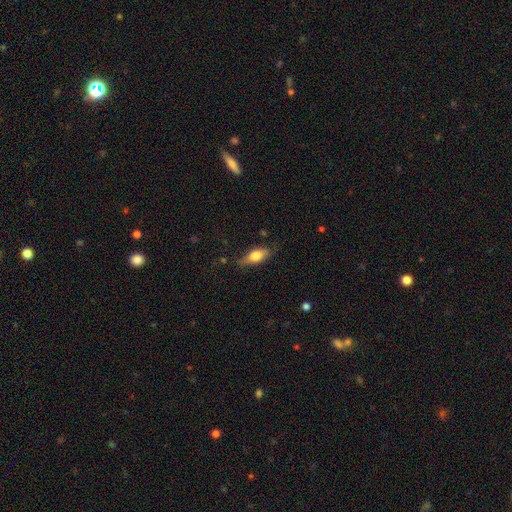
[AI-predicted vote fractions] This appears to be a smooth galaxy with no disk features (67%) that is in between round and cigar-shaped (74%). Merging: none (74%).